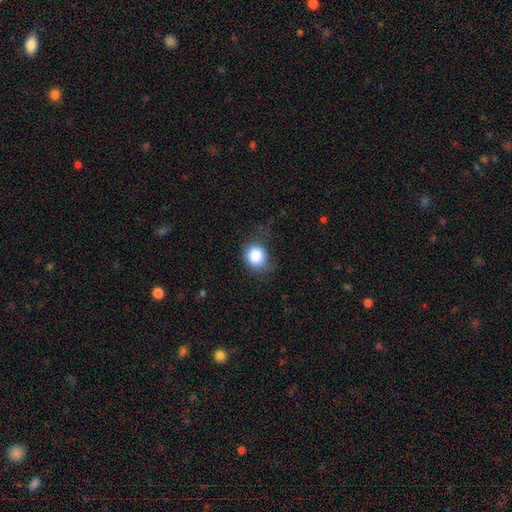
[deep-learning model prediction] Smooth or featured?
  - smooth: 85% *
  - star or artifact: 9%
  - featured or disk: 6%
How rounded?
  - round: 65% *
  - in between: 34%
  - cigar-shaped: 1%
Merging?
  - none: 58% *
  - minor disturbance: 28%
  - major disturbance: 13%
  - merger: 2%